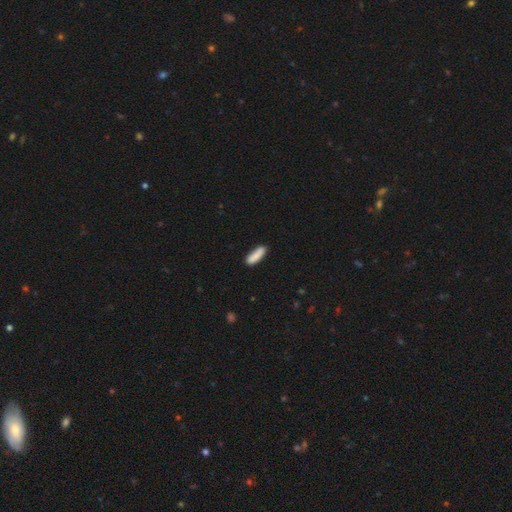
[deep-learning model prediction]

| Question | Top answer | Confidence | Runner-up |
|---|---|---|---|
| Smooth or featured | smooth | 87% | star or artifact (7%) |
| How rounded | cigar-shaped | 56% | in between (42%) |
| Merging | none | 79% | minor disturbance (15%) |